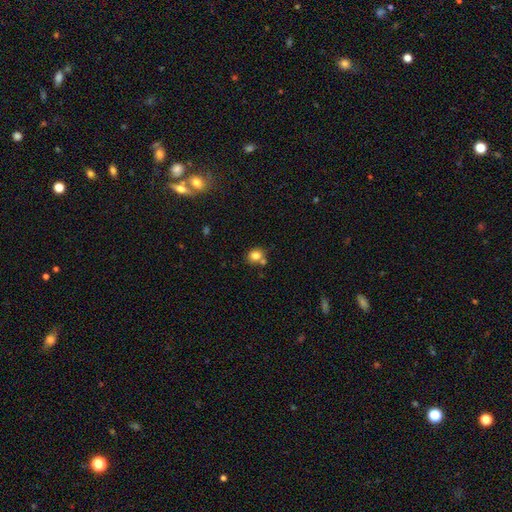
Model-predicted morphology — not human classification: Smooth or featured: smooth — 81% (star or artifact — 11%)
How rounded: round — 70% (in between — 29%)
Merging: none — 60% (merger — 23%)